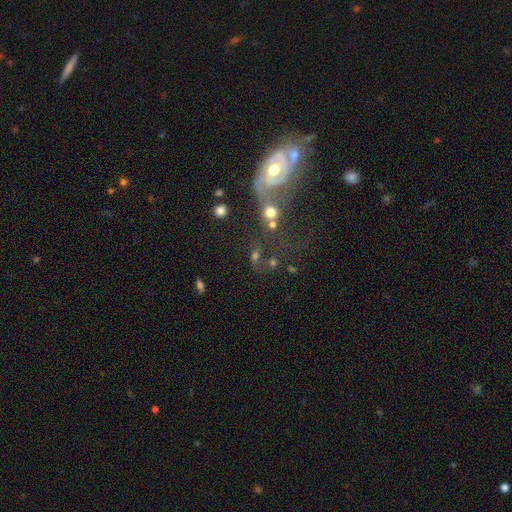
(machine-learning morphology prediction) smooth_or_featured: featured or disk (p=0.44) [alt: smooth p=0.37]
merging: none (p=0.37) [alt: merger p=0.31]